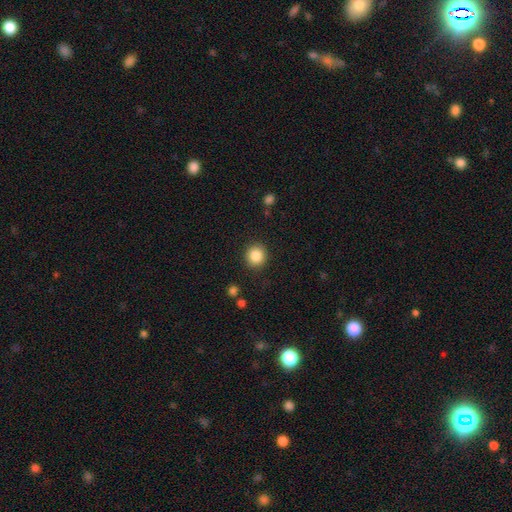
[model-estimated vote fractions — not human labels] This appears to be a smooth galaxy with no disk features (86%) that is round (91%). Merging: none (90%).